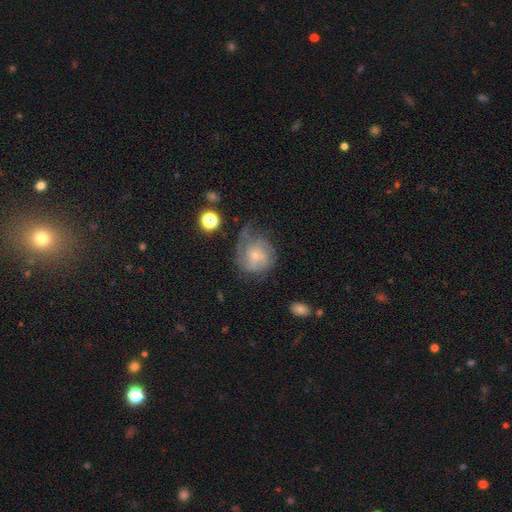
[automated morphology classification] A featured or disk galaxy (66%) with no bar (73%), tight (47%) spiral arms (83%) and a small central bulge (70%). Merging: none (44%).